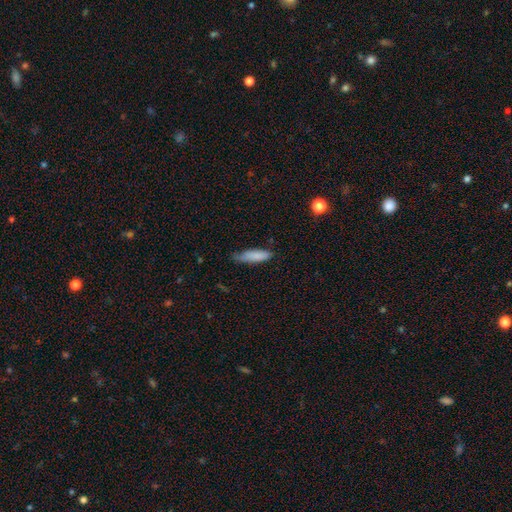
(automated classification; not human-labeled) smooth_or_featured: smooth (p=0.83) [alt: featured or disk p=0.11]
how_rounded: cigar-shaped (p=0.59) [alt: in between p=0.40]
merging: none (p=0.60) [alt: minor disturbance p=0.33]